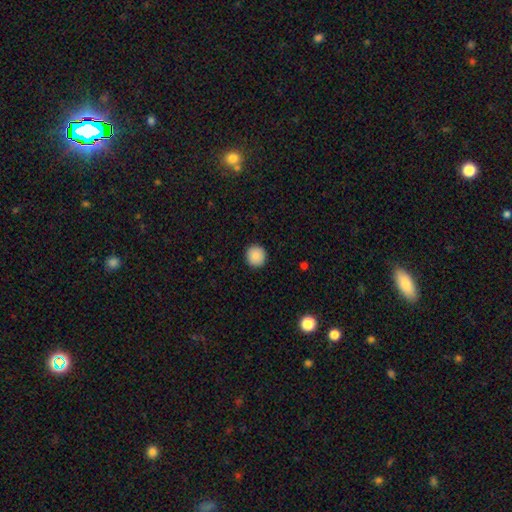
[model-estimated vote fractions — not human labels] The model was most divided on "smooth or featured": smooth: 87%, star or artifact: 8%, featured or disk: 5%. More confident: how rounded — round (94%); merging — none (93%).